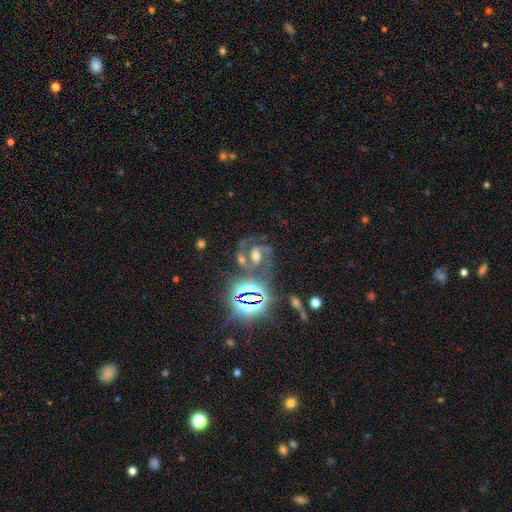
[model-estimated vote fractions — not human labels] Morphology: type=featured or disk (61%); edge-on=no (96%); bar=strong (34%, tied with weak); spiral arms=yes (86%); winding=medium (57%); arm count=2 (86%); bulge=moderate (63%); merging=none (50%).